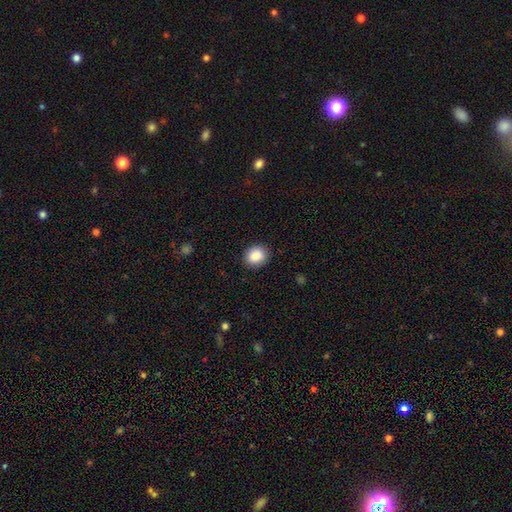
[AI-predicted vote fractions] Morphology: type=smooth (88%); roundness=round (69%); merging=none (89%).